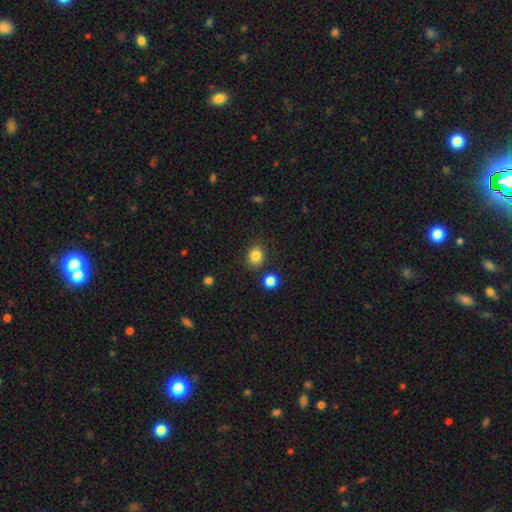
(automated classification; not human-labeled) Overall: smooth (84%). How rounded: round (73%). Merging: none (85%).